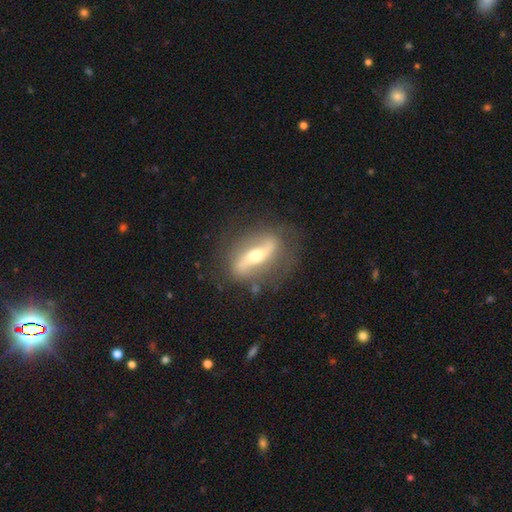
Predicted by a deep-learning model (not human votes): A featured or disk galaxy (77%) with a strong bar (61%), spiral arms (66%) and a moderate central bulge (65%). Merging: none (77%).